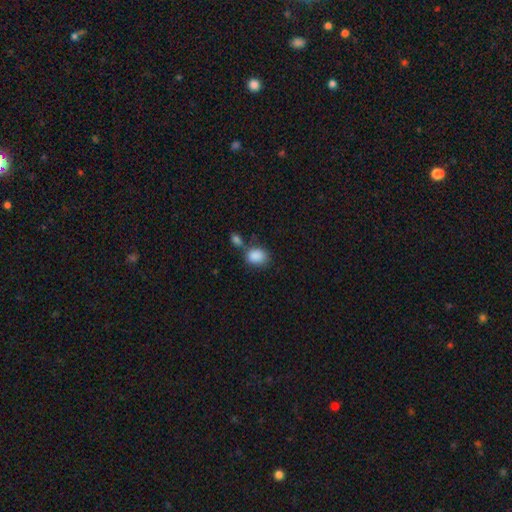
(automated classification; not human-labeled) Smooth or featured? smooth (88%)
How rounded? in between (67%)
Merging? none (55%)